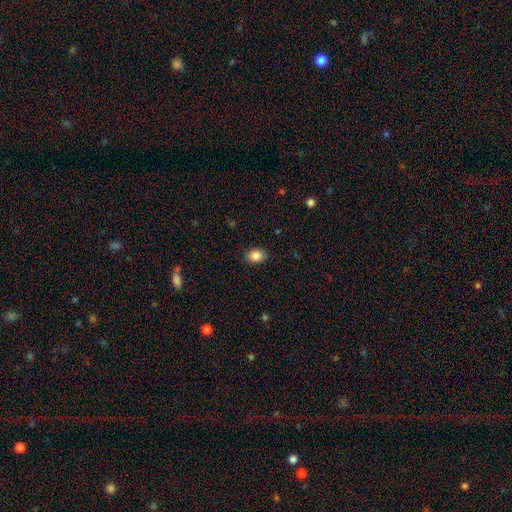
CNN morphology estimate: smooth-or-featured: smooth: 87% | star or artifact: 9% | featured or disk: 4%
  how-rounded: in between: 60% | round: 39% | cigar-shaped: 1%
  merging: none: 87% | minor disturbance: 9% | major disturbance: 2% | merger: 1%